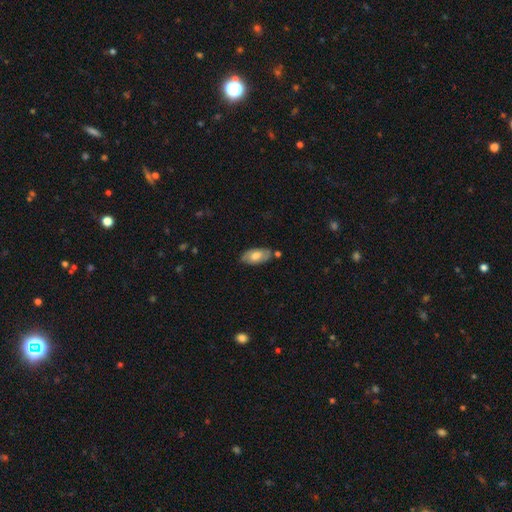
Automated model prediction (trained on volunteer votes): smooth_or_featured: smooth (p=0.65) [alt: featured or disk p=0.29]
how_rounded: in between (p=0.92) [alt: cigar-shaped p=0.05]
merging: none (p=0.75) [alt: minor disturbance p=0.17]